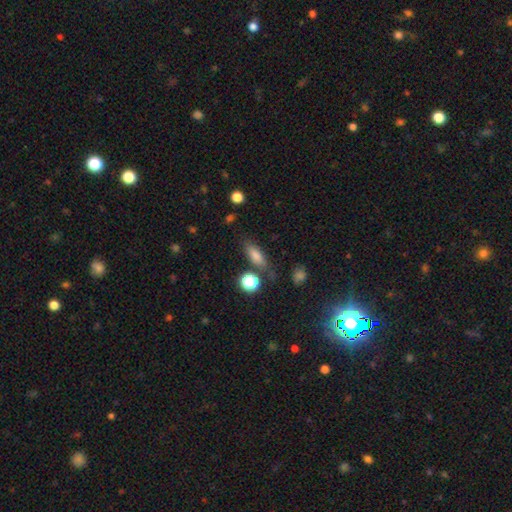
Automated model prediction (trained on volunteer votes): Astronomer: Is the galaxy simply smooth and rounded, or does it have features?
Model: smooth — 76%.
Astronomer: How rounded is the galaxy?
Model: in between — 65%.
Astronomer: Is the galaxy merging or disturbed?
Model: none — 73%.